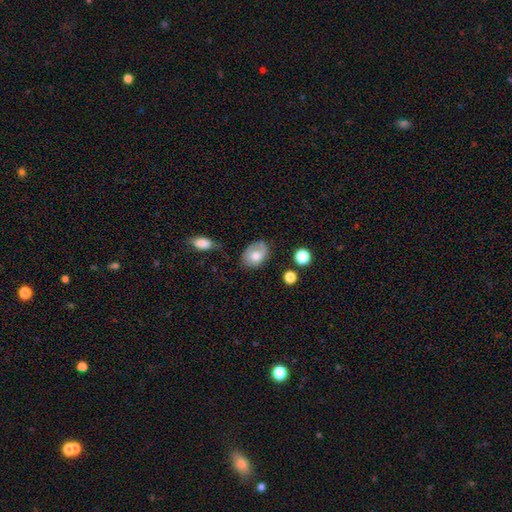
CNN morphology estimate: A smooth galaxy with no disk features (65%) that is in between round and cigar-shaped (72%).

Vote fractions:
- Smooth or featured? smooth: 65% / featured or disk: 28% / star or artifact: 8%
- How rounded? in between: 72% / round: 27% / cigar-shaped: 1%
- Merging? none: 55% / minor disturbance: 29% / major disturbance: 12% / merger: 4%